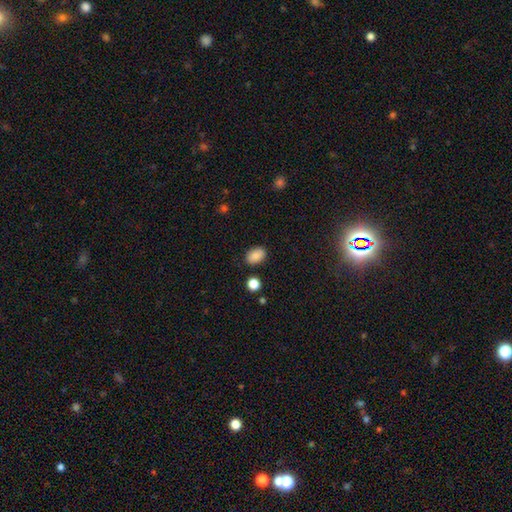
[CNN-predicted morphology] Smooth or featured? smooth (85%)
How rounded? in between (83%)
Merging? none (84%)